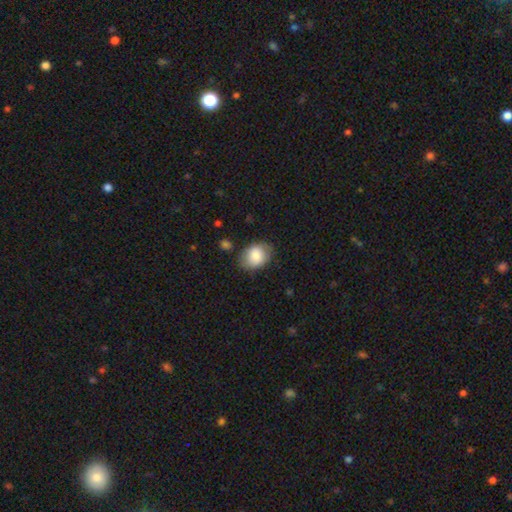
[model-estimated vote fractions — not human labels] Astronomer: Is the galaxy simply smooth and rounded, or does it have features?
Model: smooth — 83%.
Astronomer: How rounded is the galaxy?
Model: in between — 69%.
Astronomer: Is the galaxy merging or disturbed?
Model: none — 77%.